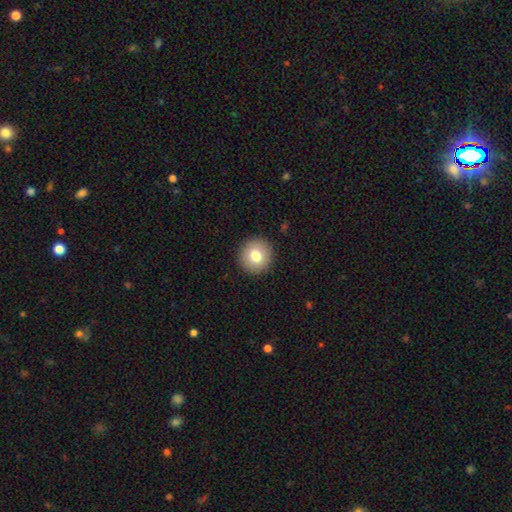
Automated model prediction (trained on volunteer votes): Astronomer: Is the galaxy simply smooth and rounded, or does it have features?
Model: smooth — 78%.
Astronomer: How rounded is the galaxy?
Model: round — 94%.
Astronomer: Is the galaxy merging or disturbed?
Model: none — 92%.